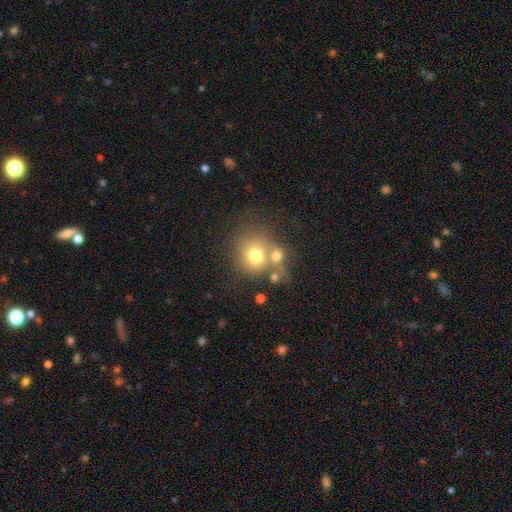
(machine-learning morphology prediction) Smooth or featured?
  - smooth: 70% *
  - featured or disk: 17%
  - star or artifact: 13%
How rounded?
  - round: 81% *
  - in between: 18%
  - cigar-shaped: 1%
Merging?
  - none: 46% *
  - merger: 37%
  - minor disturbance: 11%
  - major disturbance: 7%